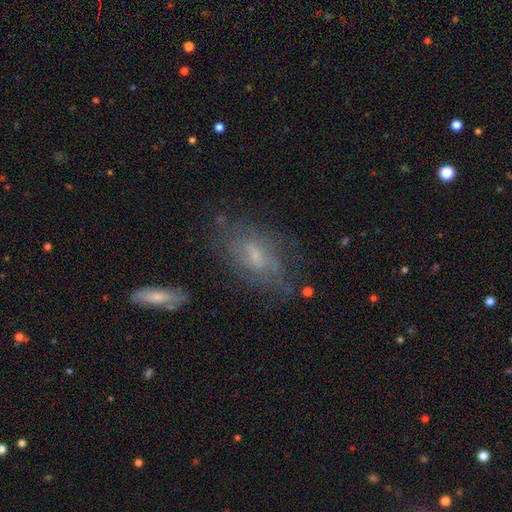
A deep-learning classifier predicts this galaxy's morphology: A featured or disk galaxy (52%). Merging: none (61%).